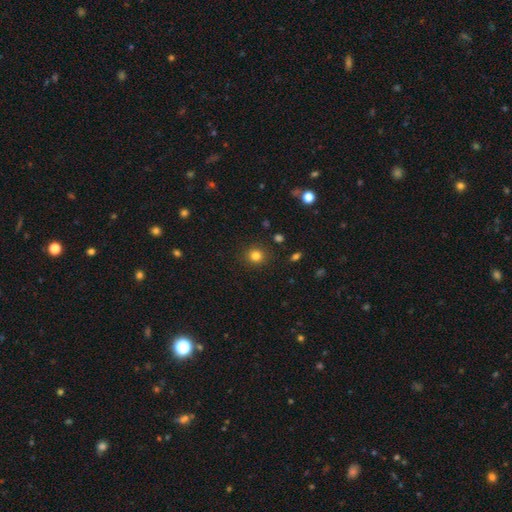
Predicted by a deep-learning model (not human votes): A smooth galaxy with no disk features (82%) that is round (89%). Merging: none (89%).